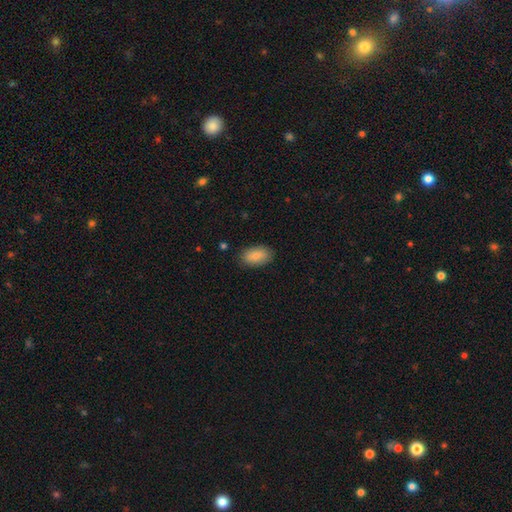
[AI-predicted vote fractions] smooth 84%, featured or disk 9%, star or artifact 7%. Down the decision tree: how rounded — in between (93%); merging — none (85%).